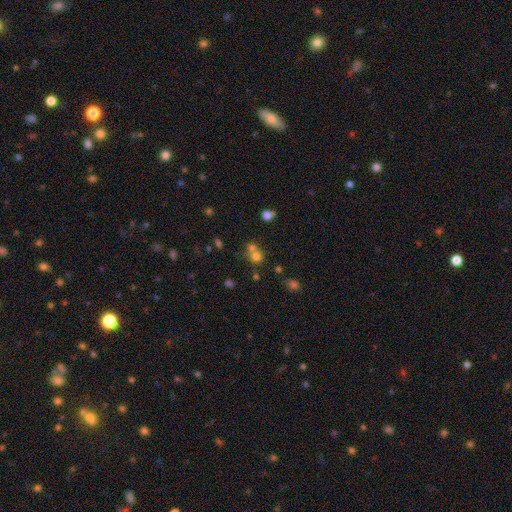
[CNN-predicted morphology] Smooth or featured? smooth (68%)
How rounded? round (84%)
Merging? none (45%, tied with merger)